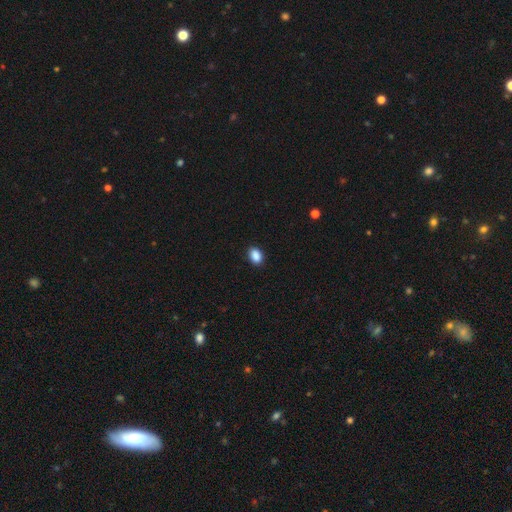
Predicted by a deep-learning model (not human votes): Smooth or featured? Predicted: smooth (p=0.89). How rounded? Predicted: in between (p=0.78). Merging? Predicted: none (p=0.88).